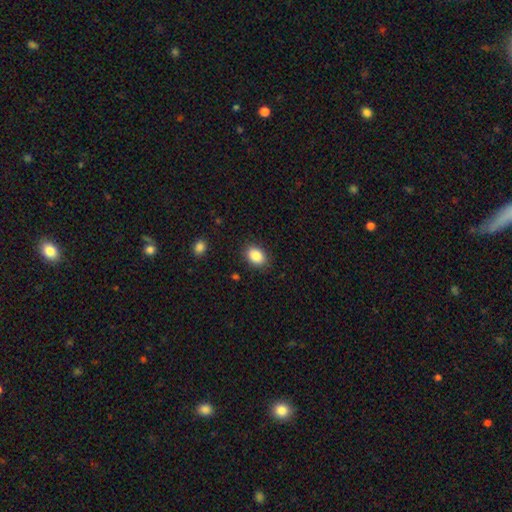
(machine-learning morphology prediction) Smooth or featured?
  - smooth: 88% *
  - star or artifact: 8%
  - featured or disk: 4%
How rounded?
  - in between: 76% *
  - round: 22%
  - cigar-shaped: 1%
Merging?
  - none: 86% *
  - minor disturbance: 10%
  - major disturbance: 3%
  - merger: 1%